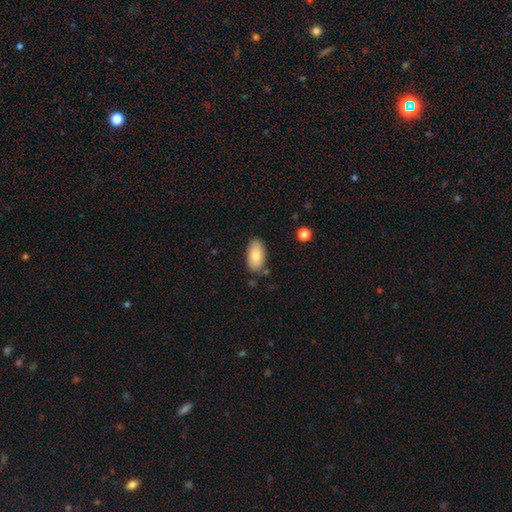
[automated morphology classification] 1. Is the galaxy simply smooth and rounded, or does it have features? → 85% smooth, 9% featured or disk, 6% star or artifact.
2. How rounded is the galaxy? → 95% in between, 3% cigar-shaped, 3% round.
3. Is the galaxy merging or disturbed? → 80% none, 14% minor disturbance, 3% merger, 3% major disturbance.